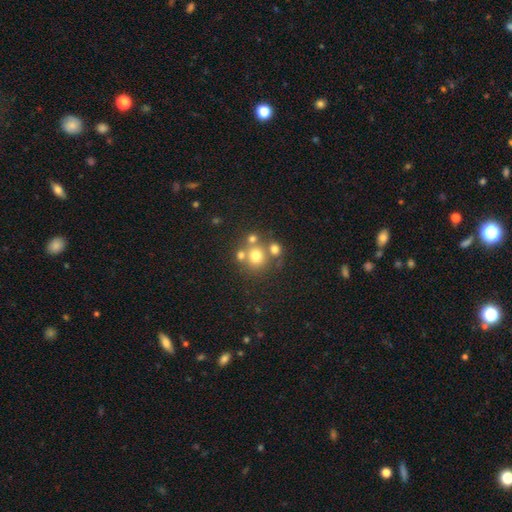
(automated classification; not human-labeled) A smooth galaxy with no disk features (67%) that is round (86%).

Vote fractions:
- Smooth or featured? smooth: 67% / star or artifact: 17% / featured or disk: 15%
- How rounded? round: 86% / in between: 13% / cigar-shaped: 1%
- Merging? none: 57% / merger: 30% / minor disturbance: 9% / major disturbance: 4%